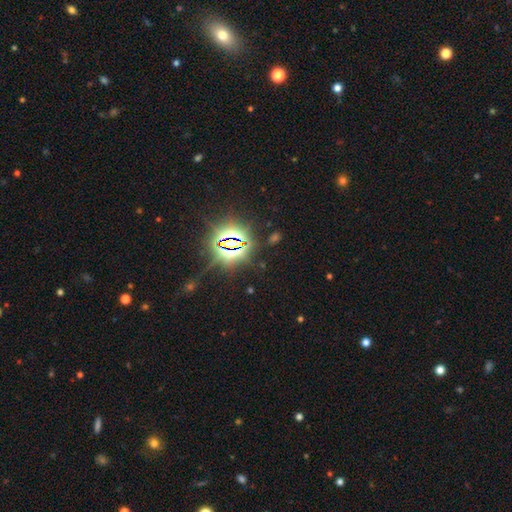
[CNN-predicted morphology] Smooth or featured: star or artifact — 84% (smooth — 10%)